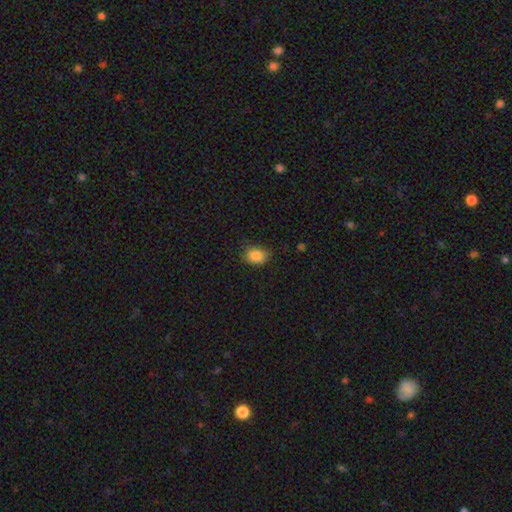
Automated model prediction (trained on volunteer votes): smooth_or_featured: smooth (p=0.85) [alt: star or artifact p=0.09]
how_rounded: in between (p=0.66) [alt: round p=0.33]
merging: none (p=0.68) [alt: minor disturbance p=0.25]